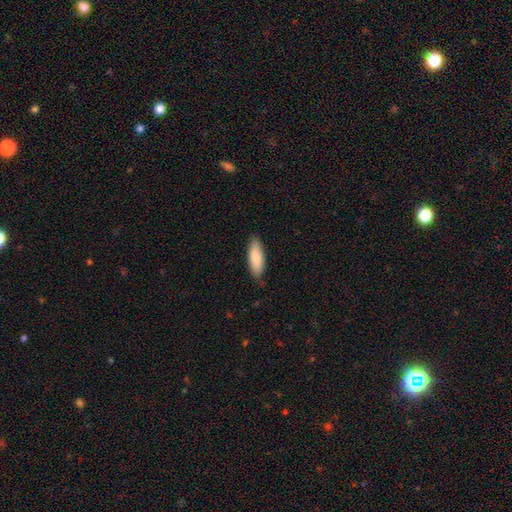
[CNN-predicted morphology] smooth_or_featured: smooth (p=0.86) [alt: featured or disk p=0.08]
how_rounded: in between (p=0.61) [alt: cigar-shaped p=0.37]
merging: none (p=0.85) [alt: minor disturbance p=0.12]